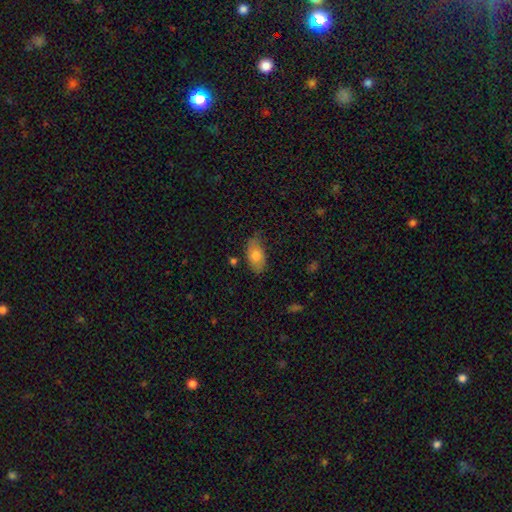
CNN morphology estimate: type=smooth (72%); roundness=in between (92%); merging=none (68%).